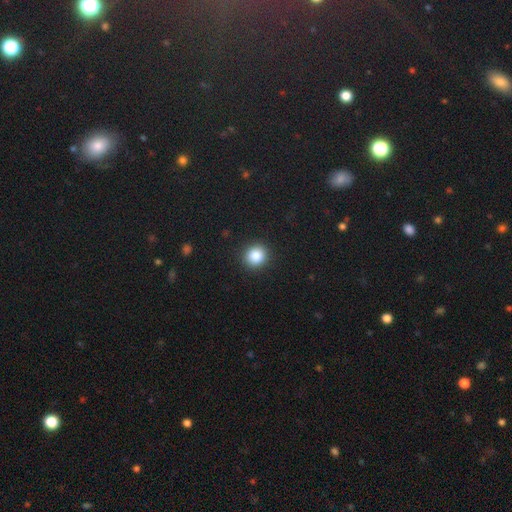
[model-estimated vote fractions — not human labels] Morphology: type=smooth (86%); roundness=round (86%); merging=none (91%).